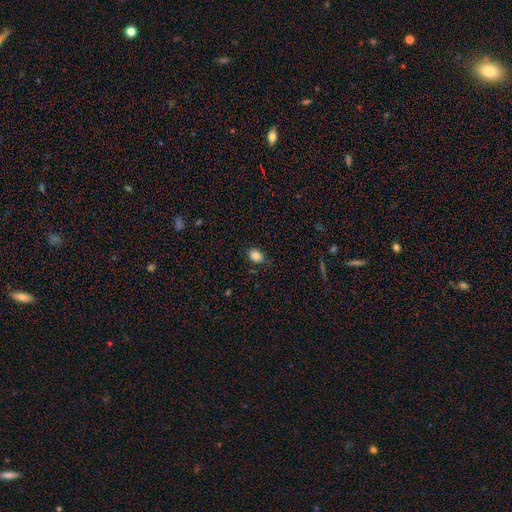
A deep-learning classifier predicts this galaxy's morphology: Overall: smooth (84%). How rounded: in between (53%; round 46%). Merging: none (75%).